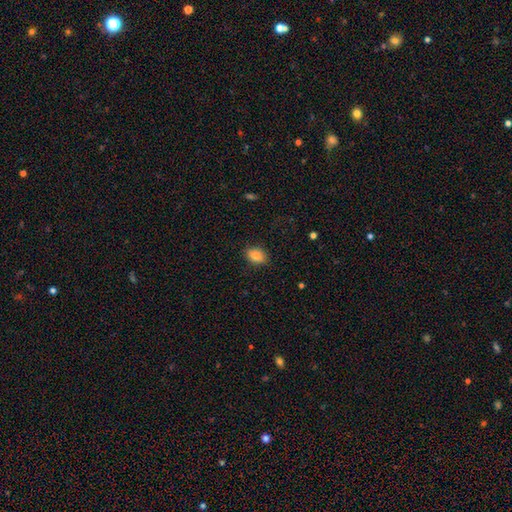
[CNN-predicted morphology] type=smooth (84%); roundness=in between (77%); merging=none (86%).